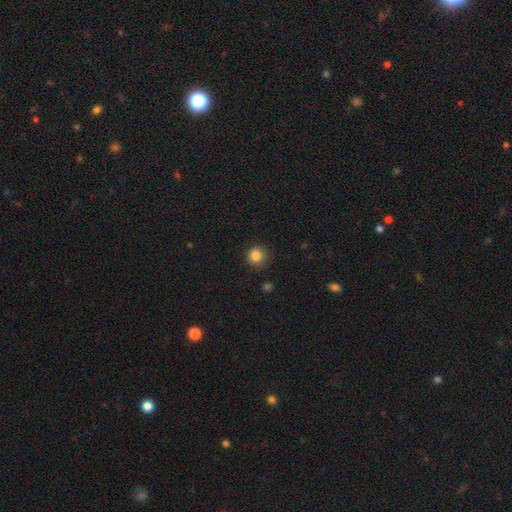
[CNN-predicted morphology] smooth-or-featured: smooth: 85% | star or artifact: 11% | featured or disk: 4%
  how-rounded: round: 94% | in between: 5% | cigar-shaped: 1%
  merging: none: 87% | minor disturbance: 9% | major disturbance: 2% | merger: 1%